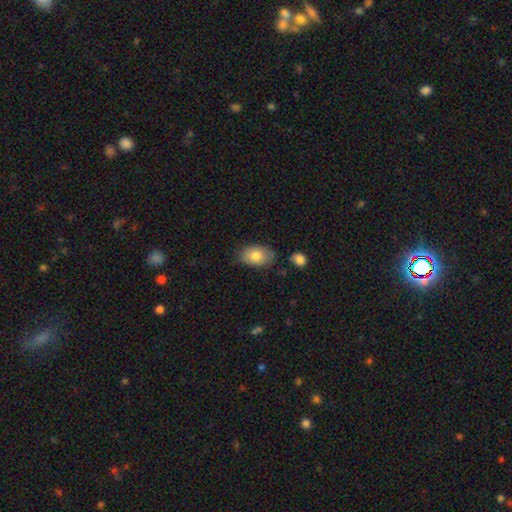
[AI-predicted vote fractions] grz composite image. It shows a smooth galaxy with no disk features (79%) that is in between round and cigar-shaped (87%). Merging: none (75%).